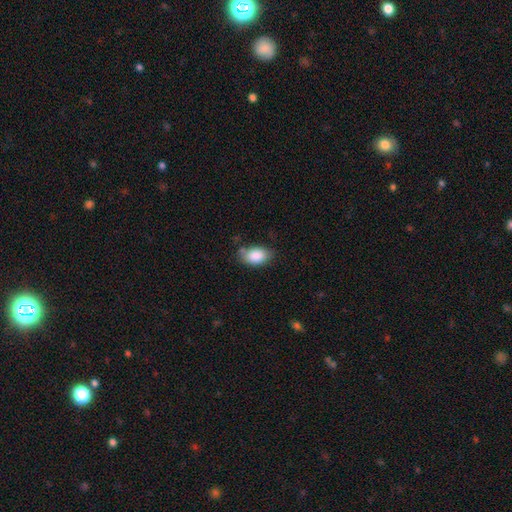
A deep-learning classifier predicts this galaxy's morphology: type=smooth (88%); roundness=in between (90%); merging=none (70%).